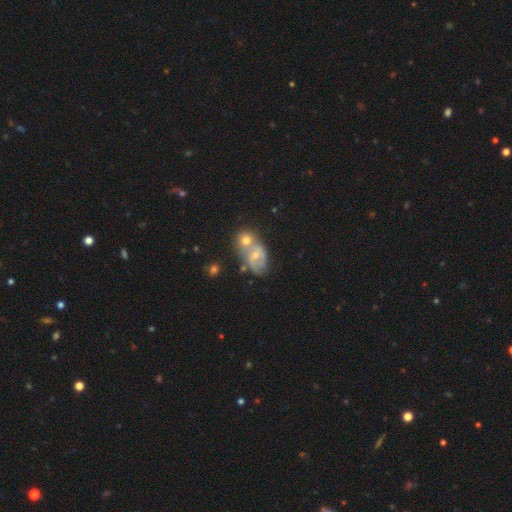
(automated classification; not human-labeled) A featured or disk galaxy (55%) with no bar (57%), spiral arms (63%) and a small central bulge (50%). Merging: merger (55%).